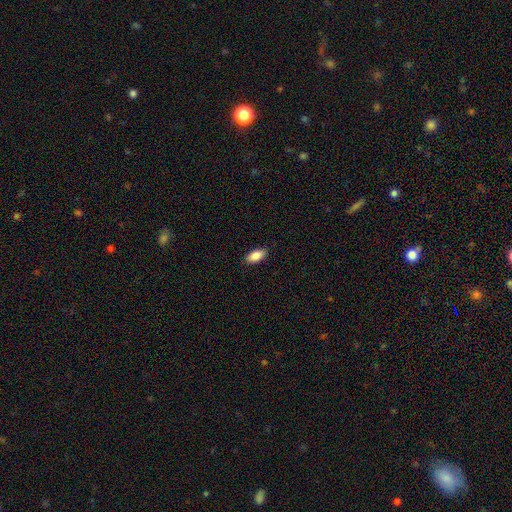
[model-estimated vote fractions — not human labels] Overall: smooth (86%). How rounded: in between (90%). Merging: none (89%).